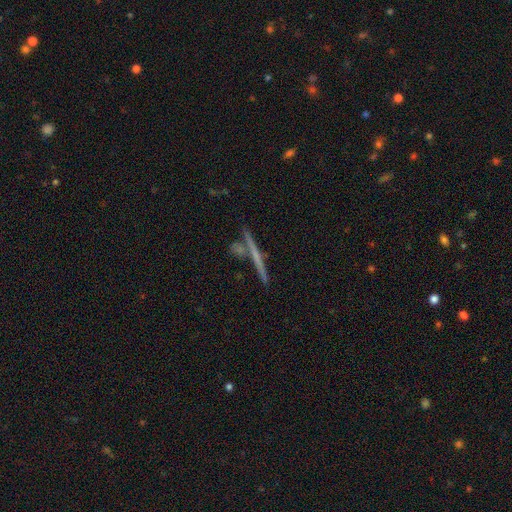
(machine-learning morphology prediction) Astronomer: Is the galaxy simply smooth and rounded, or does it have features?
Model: featured or disk — 58% (runner-up: smooth, 34%).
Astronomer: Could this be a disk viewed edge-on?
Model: yes — 97%.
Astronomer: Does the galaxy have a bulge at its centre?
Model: none — 78%.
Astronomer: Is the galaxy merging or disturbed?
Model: none — 79%.